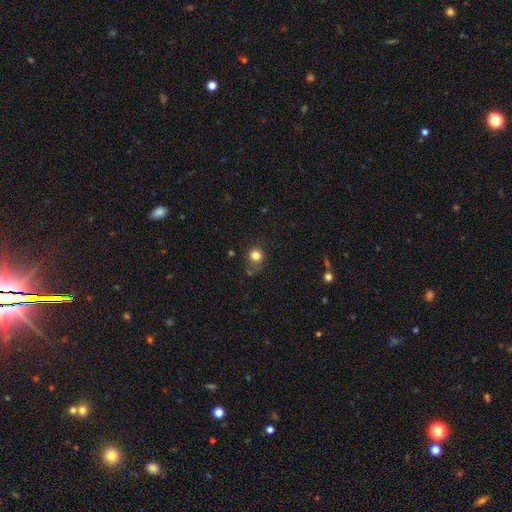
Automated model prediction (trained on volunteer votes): A smooth galaxy with no disk features (81%) that is round (87%). Merging: none (73%).